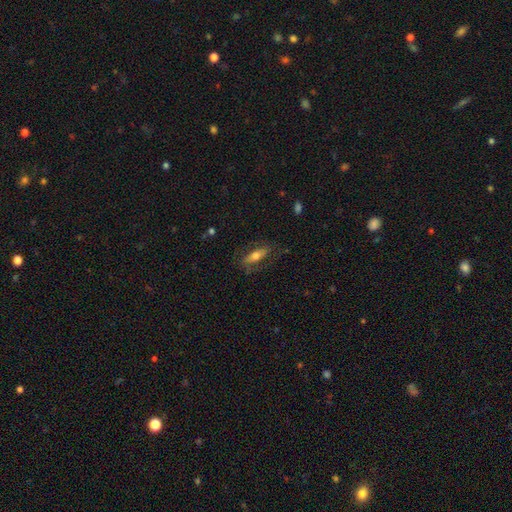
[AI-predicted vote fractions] A smooth galaxy with no disk features (52%) that is in between round and cigar-shaped (62%).

Vote fractions:
- Smooth or featured? smooth: 52% / featured or disk: 42% / star or artifact: 7%
- How rounded? in between: 62% / cigar-shaped: 34% / round: 3%
- Merging? none: 67% / minor disturbance: 19% / major disturbance: 13% / merger: 2%